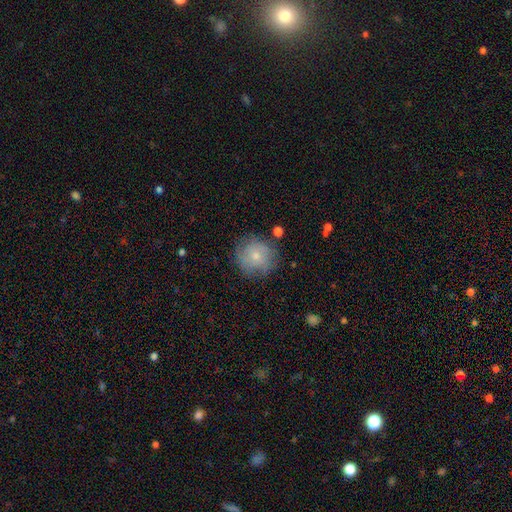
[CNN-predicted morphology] Smooth or featured: smooth — 66% (featured or disk — 25%)
How rounded: round — 91% (in between — 8%)
Merging: none — 76% (minor disturbance — 16%)